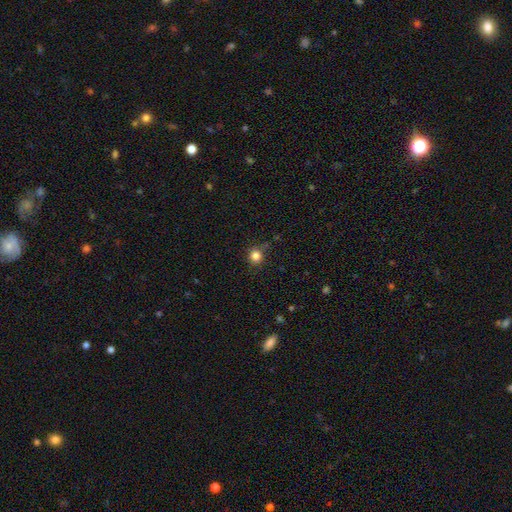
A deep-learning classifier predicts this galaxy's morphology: A smooth galaxy with no disk features (83%) that is round (91%).

Vote fractions:
- Smooth or featured? smooth: 83% / star or artifact: 13% / featured or disk: 5%
- How rounded? round: 91% / in between: 8% / cigar-shaped: 1%
- Merging? none: 82% / minor disturbance: 13% / major disturbance: 3% / merger: 2%